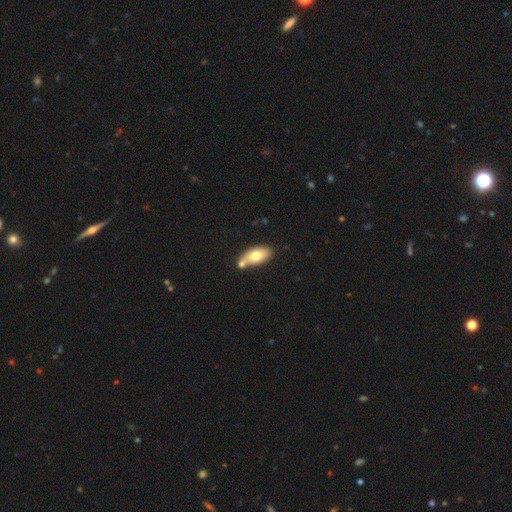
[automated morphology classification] Smooth or featured?
  - smooth: 69% *
  - featured or disk: 24%
  - star or artifact: 7%
How rounded?
  - in between: 89% *
  - cigar-shaped: 6%
  - round: 4%
Merging?
  - none: 47% *
  - merger: 33%
  - minor disturbance: 16%
  - major disturbance: 5%